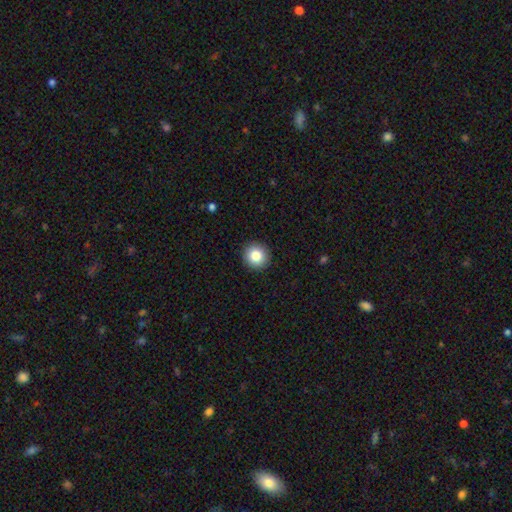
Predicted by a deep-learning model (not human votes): smooth 84%, star or artifact 9%, featured or disk 7%. Down the decision tree: how rounded — round (92%); merging — none (93%).